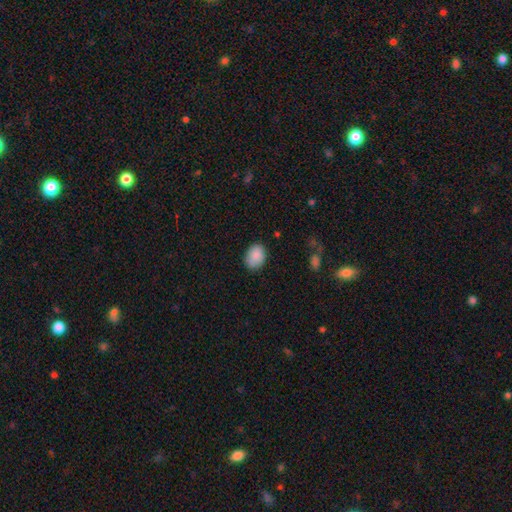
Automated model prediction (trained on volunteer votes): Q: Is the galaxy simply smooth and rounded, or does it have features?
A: smooth — 89%.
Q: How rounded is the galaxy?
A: in between — 65%.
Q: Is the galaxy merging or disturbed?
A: none — 81%.